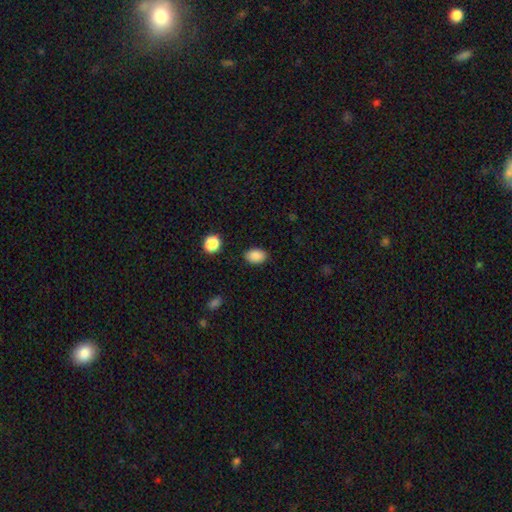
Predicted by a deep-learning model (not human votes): A smooth galaxy with no disk features (88%) that is in between round and cigar-shaped (79%). Merging: none (85%).